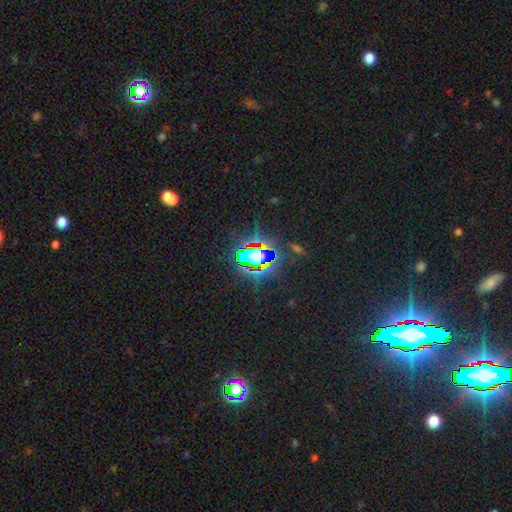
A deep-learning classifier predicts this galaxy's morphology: A star or artifact, not a galaxy (65%).